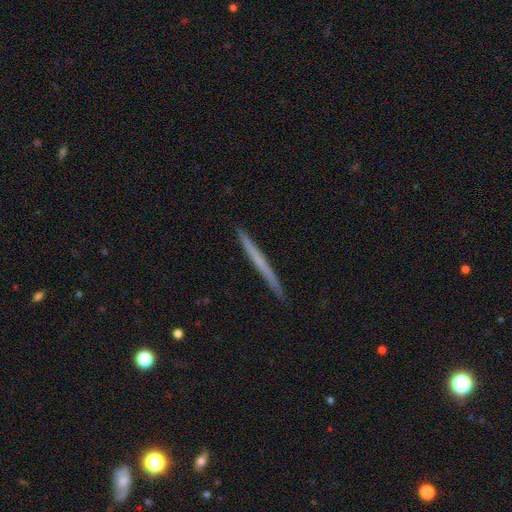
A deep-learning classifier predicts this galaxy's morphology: Smooth or featured?
  - featured or disk: 50% *
  - smooth: 43%
  - star or artifact: 7%
Merging?
  - none: 91% *
  - minor disturbance: 6%
  - major disturbance: 1%
  - merger: 1%